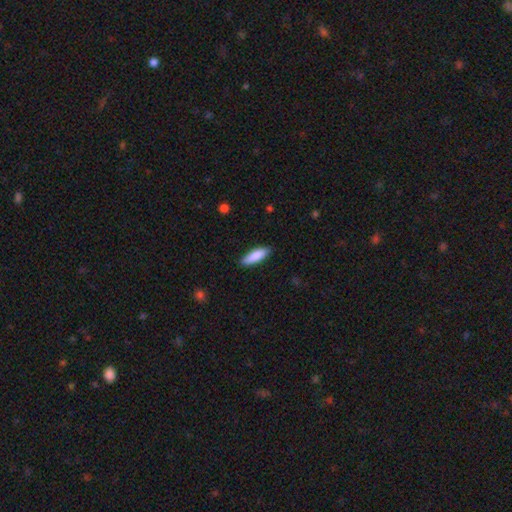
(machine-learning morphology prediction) Smooth or featured? Predicted: smooth (p=0.86). How rounded? Predicted: in between (p=0.49, tied with cigar-shaped). Merging? Predicted: none (p=0.87).